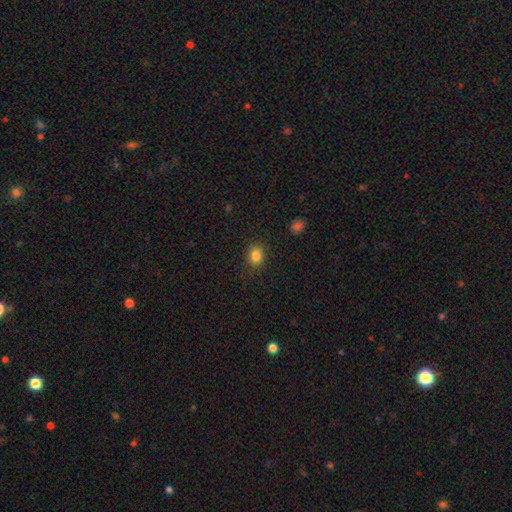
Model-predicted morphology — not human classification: This is clearly a smooth galaxy (84%). How rounded: possibly round (54%). Merging: clearly none (86%).